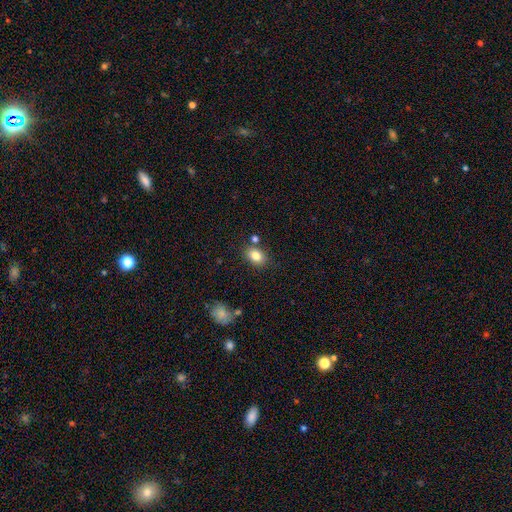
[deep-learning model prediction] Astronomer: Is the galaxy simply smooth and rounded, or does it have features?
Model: smooth — 82%.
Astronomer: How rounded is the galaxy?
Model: in between — 73%.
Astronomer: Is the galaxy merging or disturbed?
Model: none — 77%.